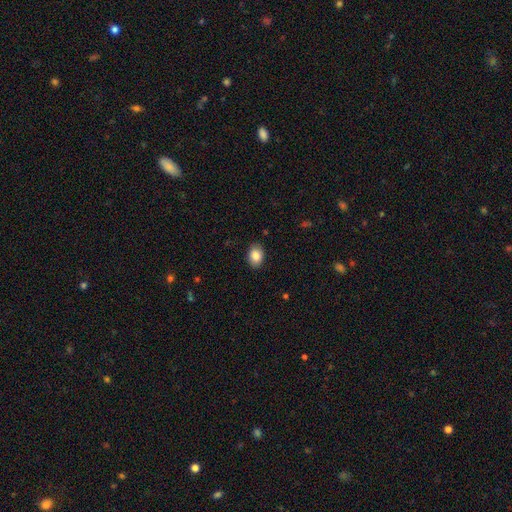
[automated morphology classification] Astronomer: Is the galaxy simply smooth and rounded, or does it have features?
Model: smooth — 85%.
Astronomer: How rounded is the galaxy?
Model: in between — 78%.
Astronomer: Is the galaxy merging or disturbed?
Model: none — 89%.